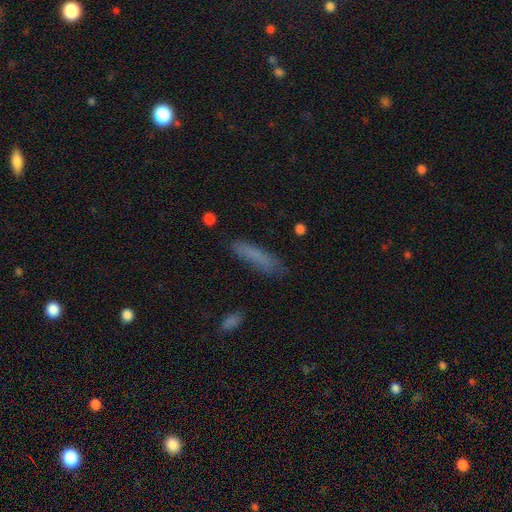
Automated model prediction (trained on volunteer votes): Smooth or featured: smooth — 74% (featured or disk — 16%)
How rounded: cigar-shaped — 83% (in between — 15%)
Merging: none — 77% (minor disturbance — 17%)